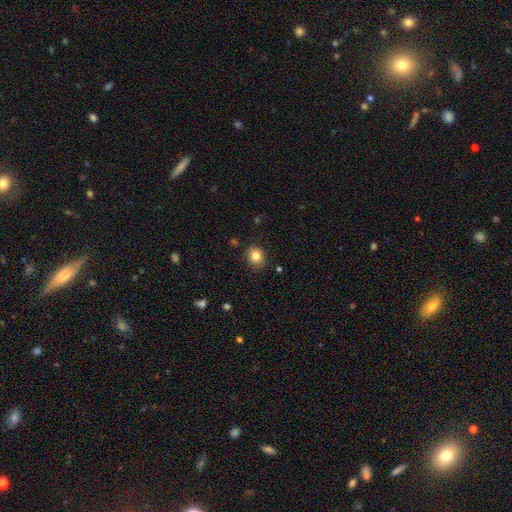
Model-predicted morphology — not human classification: A smooth galaxy with no disk features (82%) that is round (68%).

Vote fractions:
- Smooth or featured? smooth: 82% / star or artifact: 11% / featured or disk: 7%
- How rounded? round: 68% / in between: 31% / cigar-shaped: 1%
- Merging? none: 86% / minor disturbance: 10% / major disturbance: 2% / merger: 2%